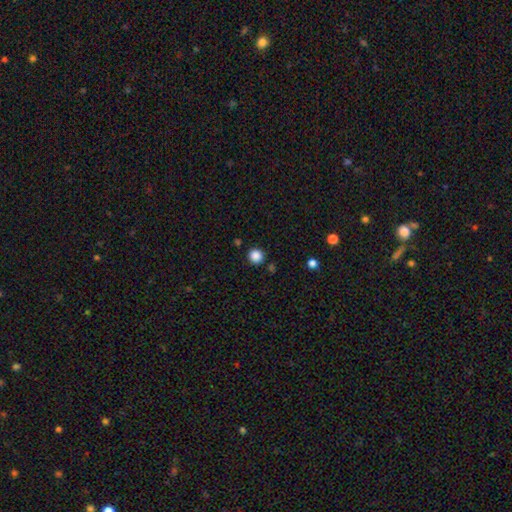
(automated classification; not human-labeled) smooth_or_featured: smooth (p=0.87) [alt: star or artifact p=0.11]
how_rounded: round (p=0.95) [alt: in between p=0.04]
merging: none (p=0.90) [alt: minor disturbance p=0.06]